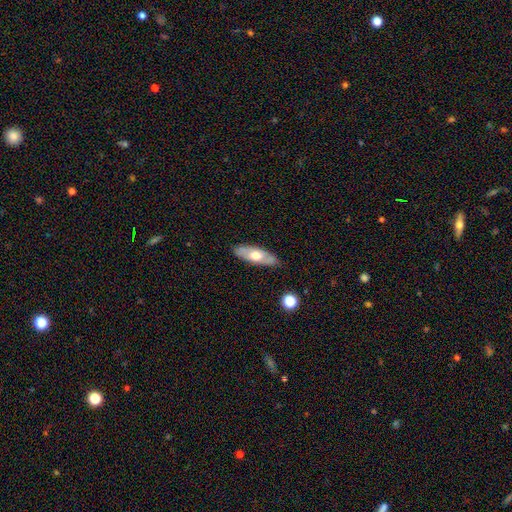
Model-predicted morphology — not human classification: smooth 49%, featured or disk 46%, star or artifact 6%. Down the decision tree: merging — none (84%).